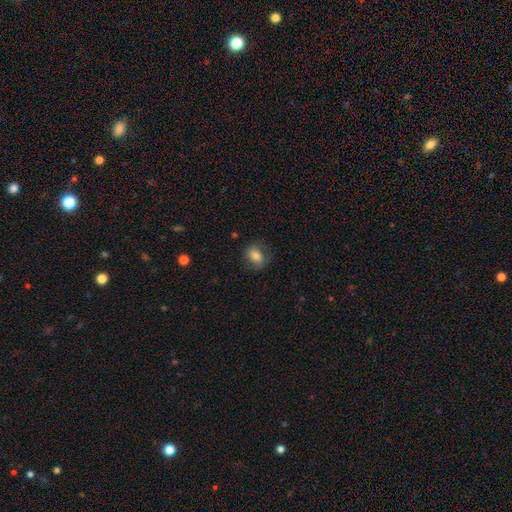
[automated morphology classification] smooth 75%, featured or disk 16%, star or artifact 9%. Down the decision tree: how rounded — in between (57%); merging — none (76%).